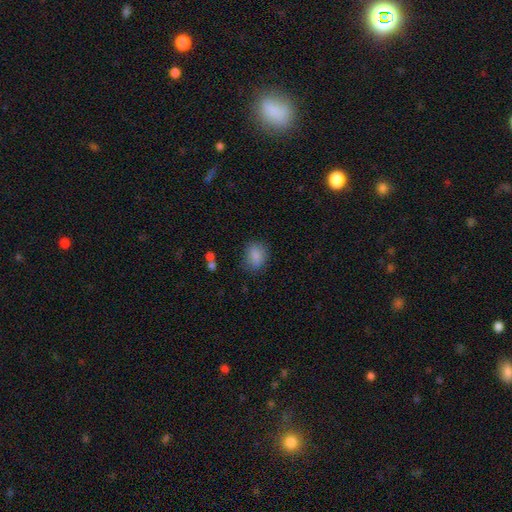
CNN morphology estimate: A smooth galaxy with no disk features (85%) that is in between round and cigar-shaped (61%).

Vote fractions:
- Smooth or featured? smooth: 85% / star or artifact: 9% / featured or disk: 7%
- How rounded? in between: 61% / round: 38% / cigar-shaped: 1%
- Merging? none: 78% / minor disturbance: 16% / major disturbance: 5% / merger: 2%